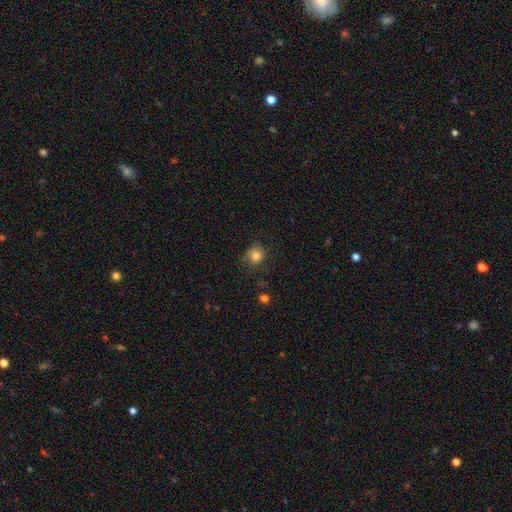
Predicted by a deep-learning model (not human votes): The model was most divided on "merging": none: 60%, minor disturbance: 26%, major disturbance: 11%, merger: 2%. More confident: smooth or featured — smooth (76%); how rounded — round (75%).